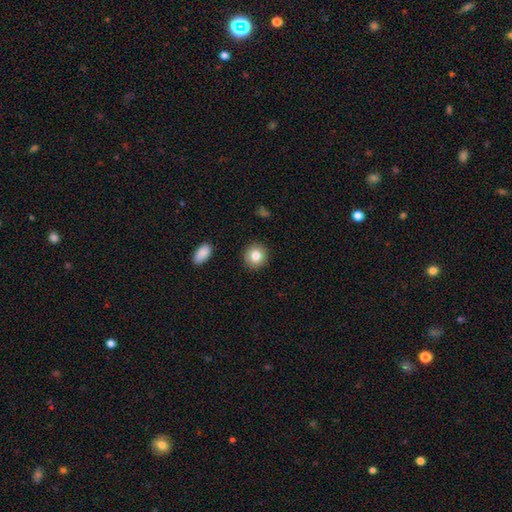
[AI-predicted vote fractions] The model was most divided on "smooth or featured": smooth: 82%, featured or disk: 9%, star or artifact: 9%. More confident: merging — none (90%); how rounded — round (90%).